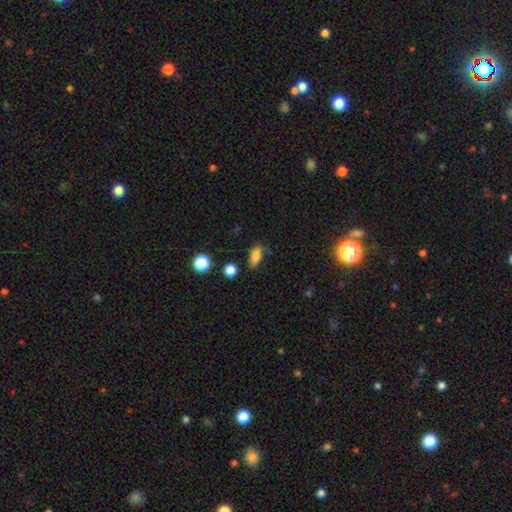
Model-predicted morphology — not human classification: Smooth or featured: smooth — 83% (star or artifact — 10%)
How rounded: in between — 82% (cigar-shaped — 10%)
Merging: none — 73% (minor disturbance — 18%)